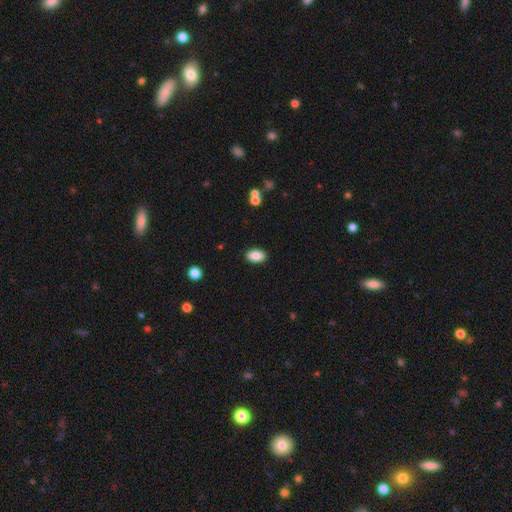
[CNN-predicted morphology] A smooth galaxy with no disk features (86%) that is in between round and cigar-shaped (91%). Merging: none (89%).